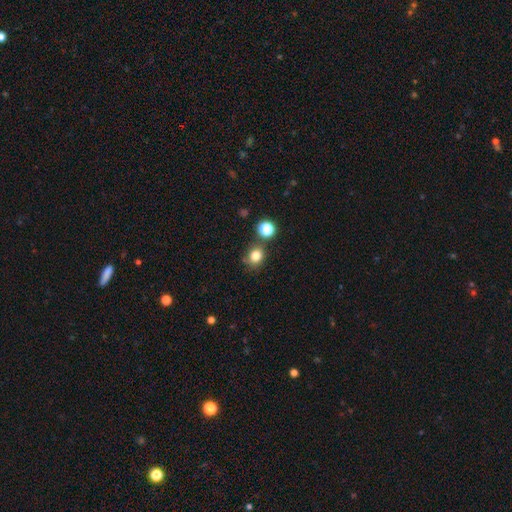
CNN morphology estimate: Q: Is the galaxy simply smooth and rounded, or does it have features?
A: smooth — 80%.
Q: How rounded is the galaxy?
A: round — 71%.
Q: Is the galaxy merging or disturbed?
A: none — 73%.